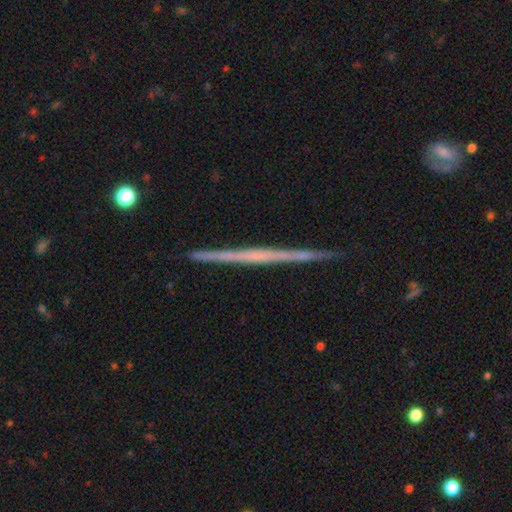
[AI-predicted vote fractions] The model was most divided on "smooth or featured": featured or disk: 71%, smooth: 23%, star or artifact: 6%. More confident: edge-on disk — yes (98%); merging — none (91%); edge-on bulge — none (86%).